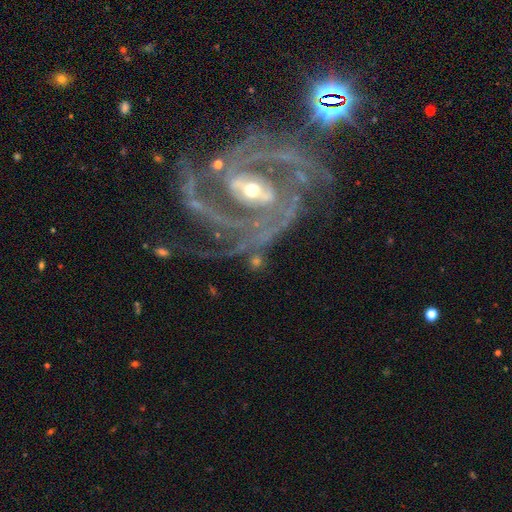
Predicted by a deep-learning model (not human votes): Smooth or featured? Predicted: featured or disk (p=0.90). Edge-on disk? Predicted: no (p=0.97). Bar? Predicted: strong (p=0.49). Spiral arms? Predicted: yes (p=0.97). Spiral winding? Predicted: tight (p=0.45). Spiral arm count? Predicted: 2 (p=0.41). Bulge size? Predicted: moderate (p=0.47, tied with small). Merging? Predicted: none (p=0.63).